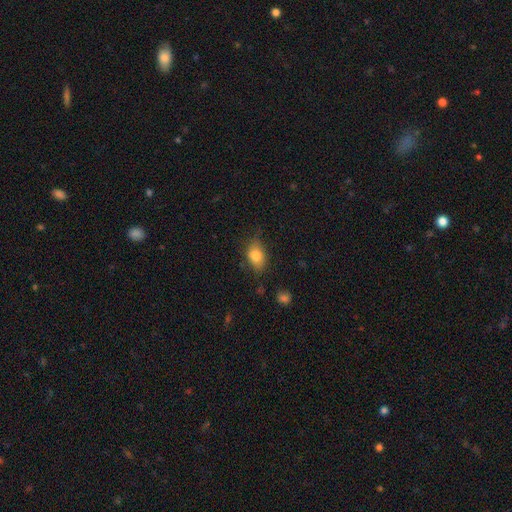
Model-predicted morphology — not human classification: Smooth or featured?
  - smooth: 80% *
  - featured or disk: 11%
  - star or artifact: 9%
How rounded?
  - in between: 79% *
  - round: 19%
  - cigar-shaped: 2%
Merging?
  - none: 70% *
  - minor disturbance: 23%
  - major disturbance: 5%
  - merger: 2%